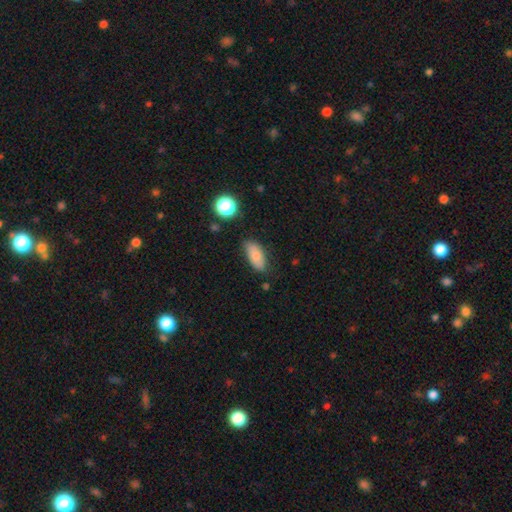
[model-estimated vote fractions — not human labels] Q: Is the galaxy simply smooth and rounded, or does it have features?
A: smooth — 75%.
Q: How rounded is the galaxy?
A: in between — 87%.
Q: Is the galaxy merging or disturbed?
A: none — 73%.